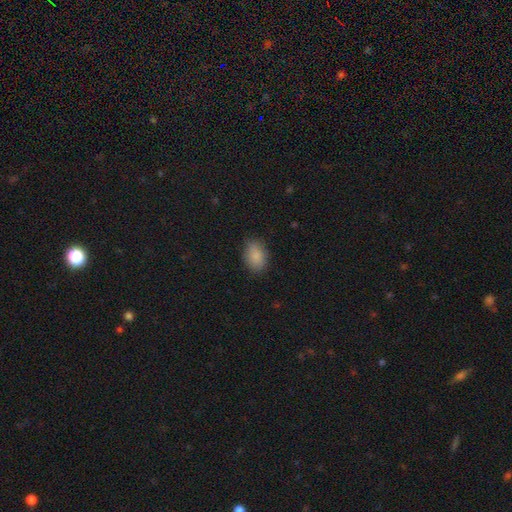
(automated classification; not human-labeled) Q: Smooth or featured?
A: smooth (87%); runner-up: star or artifact (8%)
Q: How rounded?
A: in between (83%); runner-up: round (15%)
Q: Merging?
A: none (81%); runner-up: minor disturbance (15%)